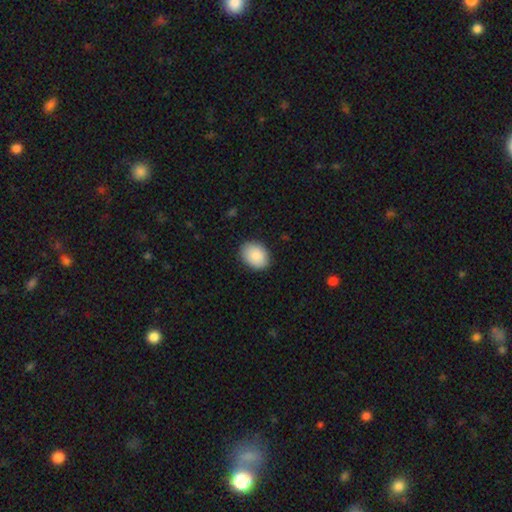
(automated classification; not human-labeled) This is clearly a smooth galaxy (89%). How rounded: likely in between (67%). Merging: clearly none (87%).